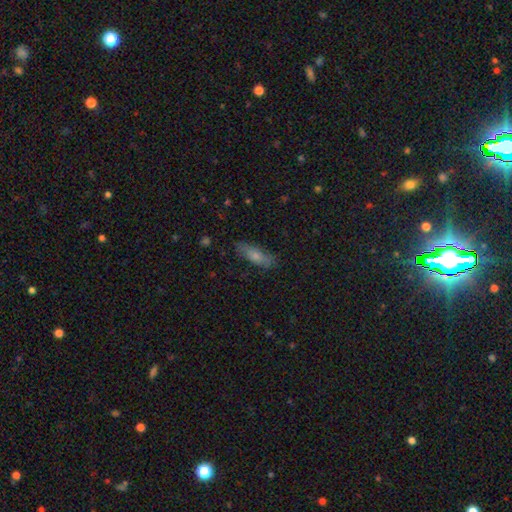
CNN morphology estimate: Smooth or featured? Predicted: smooth (p=0.73). How rounded? Predicted: in between (p=0.51). Merging? Predicted: none (p=0.78).